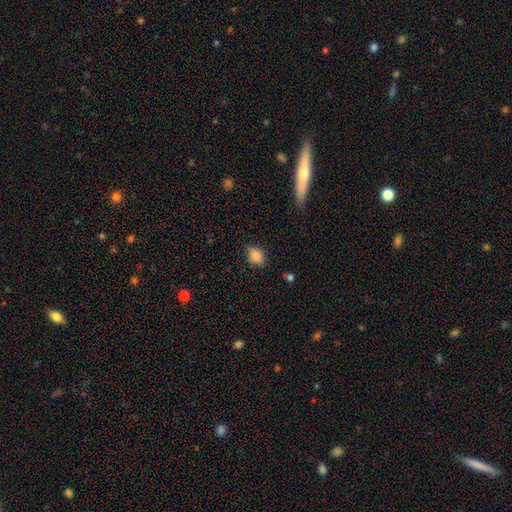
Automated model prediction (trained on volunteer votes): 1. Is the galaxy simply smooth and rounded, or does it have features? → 80% smooth, 10% featured or disk, 9% star or artifact.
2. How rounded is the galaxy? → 69% in between, 28% round, 3% cigar-shaped.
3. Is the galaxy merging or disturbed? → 74% none, 21% minor disturbance, 4% major disturbance, 2% merger.